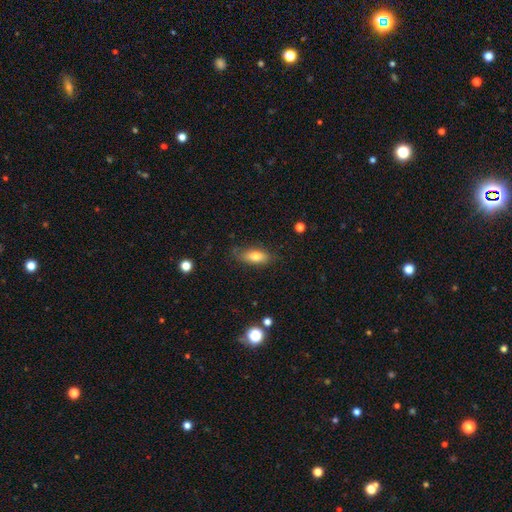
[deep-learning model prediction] A smooth galaxy with no disk features (73%) that is in between round and cigar-shaped (78%).

Vote fractions:
- Smooth or featured? smooth: 73% / featured or disk: 19% / star or artifact: 8%
- How rounded? in between: 78% / cigar-shaped: 19% / round: 4%
- Merging? none: 72% / minor disturbance: 21% / major disturbance: 5% / merger: 2%